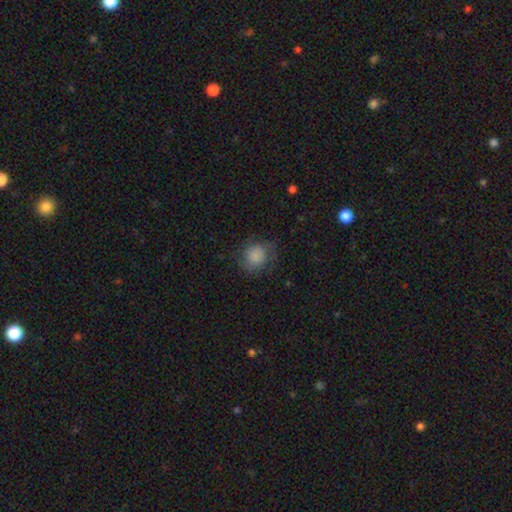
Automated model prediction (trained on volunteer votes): Morphology: type=smooth (78%); roundness=round (82%); merging=none (73%).